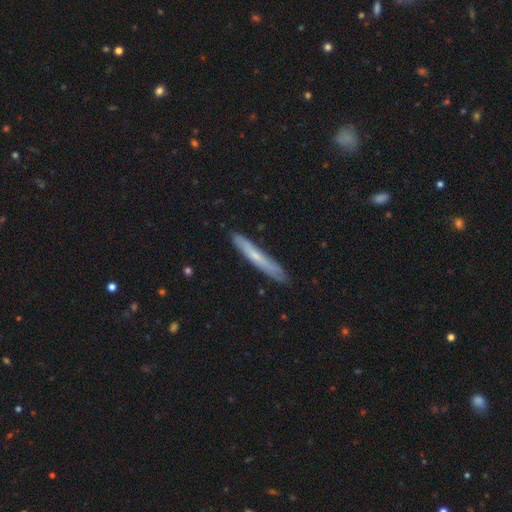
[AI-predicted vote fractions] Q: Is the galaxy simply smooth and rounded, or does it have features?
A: smooth — 51%.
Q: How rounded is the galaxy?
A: cigar-shaped — 95%.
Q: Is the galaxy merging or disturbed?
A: none — 84%.